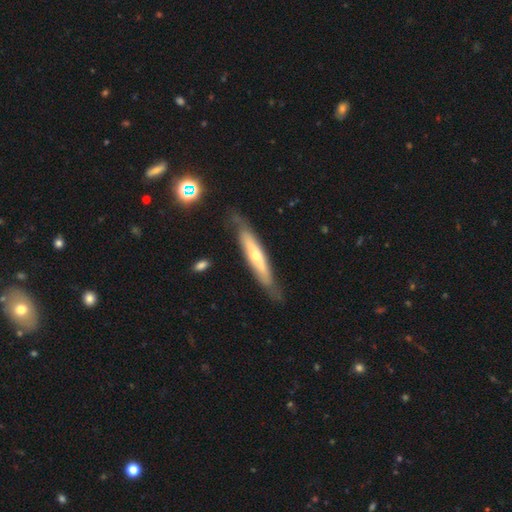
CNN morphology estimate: Smooth or featured? Predicted: featured or disk (p=0.60). Edge-on disk? Predicted: yes (p=0.70). Merging? Predicted: none (p=0.74).